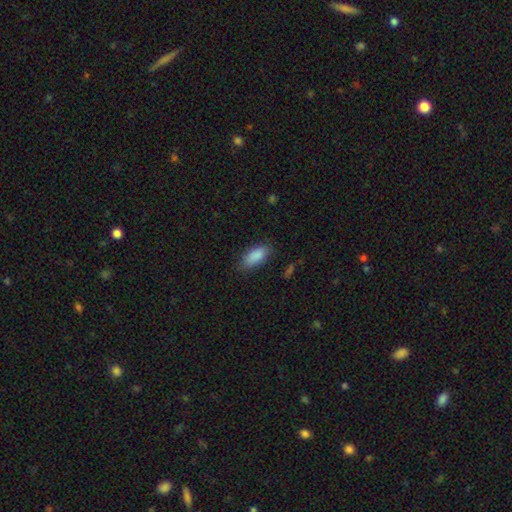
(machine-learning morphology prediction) Smooth or featured? Predicted: smooth (p=0.88). How rounded? Predicted: in between (p=0.85). Merging? Predicted: none (p=0.79).